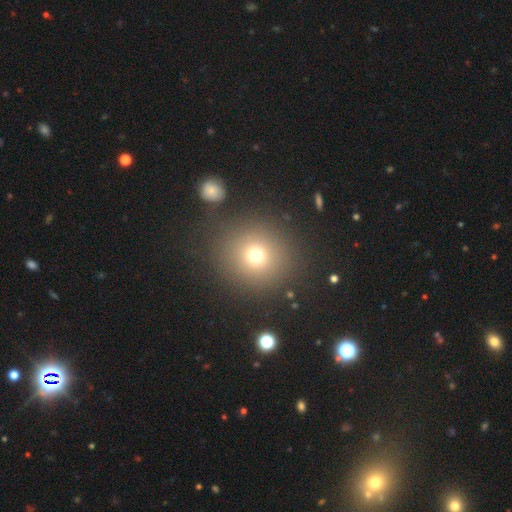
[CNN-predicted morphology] A smooth galaxy with no disk features (72%) that is round (90%).

Vote fractions:
- Smooth or featured? smooth: 72% / star or artifact: 18% / featured or disk: 10%
- How rounded? round: 90% / in between: 9% / cigar-shaped: 1%
- Merging? none: 84% / minor disturbance: 8% / major disturbance: 4% / merger: 4%